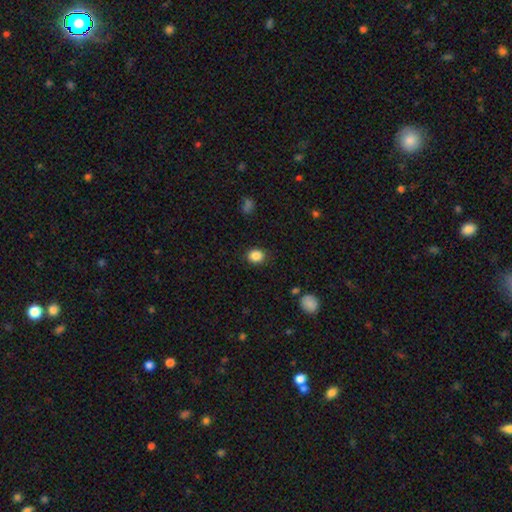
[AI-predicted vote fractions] smooth-or-featured: smooth: 87% | star or artifact: 10% | featured or disk: 4%
  how-rounded: round: 59% | in between: 40% | cigar-shaped: 1%
  merging: none: 87% | minor disturbance: 9% | major disturbance: 3% | merger: 1%